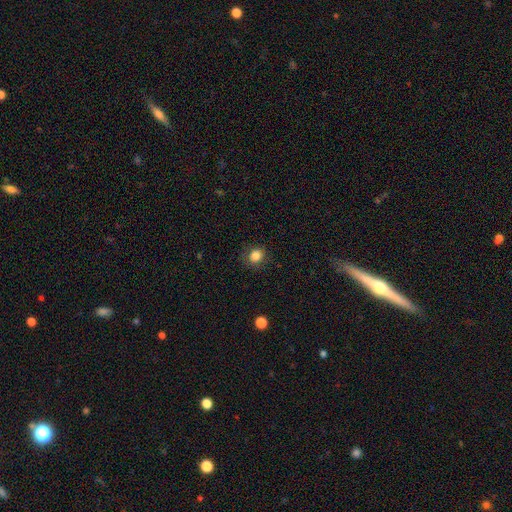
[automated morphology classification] smooth-or-featured: smooth: 84% | star or artifact: 11% | featured or disk: 5%
  how-rounded: round: 72% | in between: 27% | cigar-shaped: 1%
  merging: none: 84% | minor disturbance: 11% | major disturbance: 3% | merger: 1%